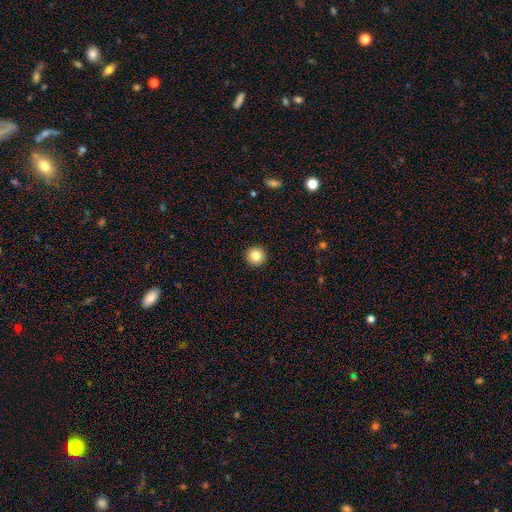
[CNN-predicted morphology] smooth_or_featured: smooth (p=0.84) [alt: star or artifact p=0.10]
how_rounded: round (p=0.96) [alt: in between p=0.03]
merging: none (p=0.94) [alt: minor disturbance p=0.04]